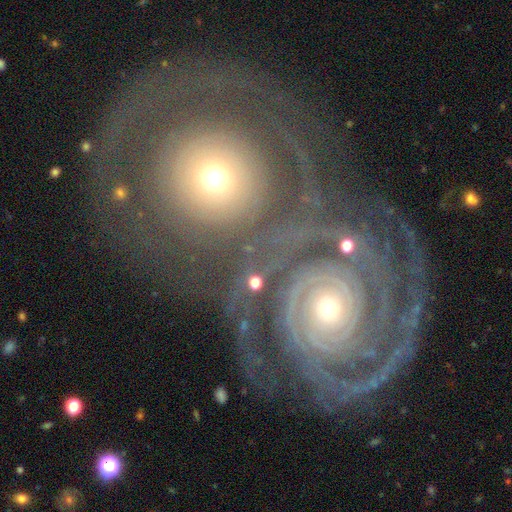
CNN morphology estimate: smooth-or-featured: featured or disk: 79% | smooth: 15% | star or artifact: 6%
  disk-edge-on: no: 97% | yes: 3%
    bar: no: 87% | weak: 9% | strong: 4%
    has-spiral-arms: yes: 83% | no: 17%
      spiral-winding: tight: 82% | medium: 14% | loose: 4%
      spiral-arm-count: 2: 31% | can't tell: 30% | 3: 17% | 4: 8% | more than 4: 7% | 1: 7%
    bulge-size: small: 55% | moderate: 37% | large: 5% | dominant: 2% | none: 1%
  merging: none: 46% | merger: 33% | minor disturbance: 11% | major disturbance: 9%